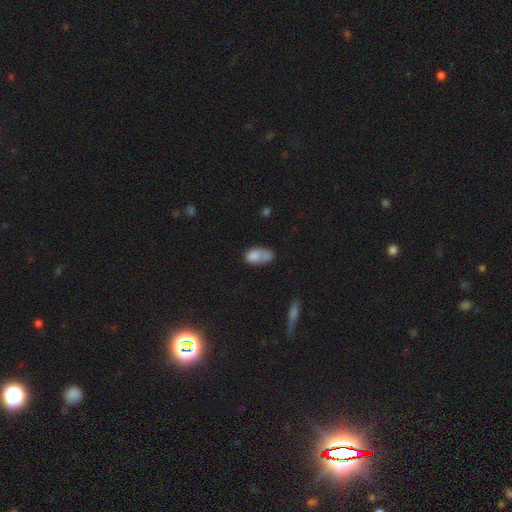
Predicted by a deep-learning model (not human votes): A smooth galaxy with no disk features (76%) that is in between round and cigar-shaped (88%).

Vote fractions:
- Smooth or featured? smooth: 76% / featured or disk: 15% / star or artifact: 9%
- How rounded? in between: 88% / round: 9% / cigar-shaped: 3%
- Merging? merger: 34% / none: 31% / minor disturbance: 22% / major disturbance: 12%